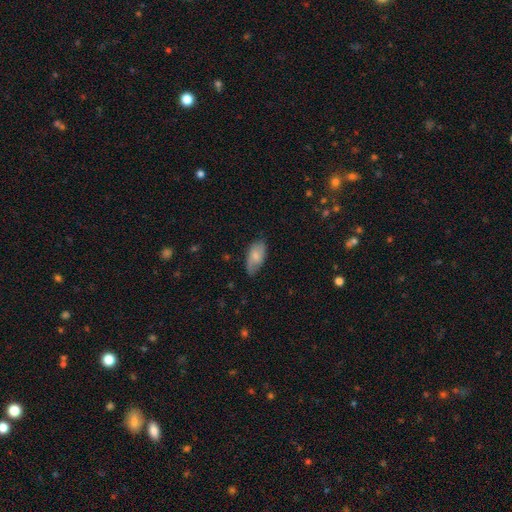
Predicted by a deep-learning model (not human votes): smooth_or_featured: smooth (p=0.69) [alt: featured or disk p=0.24]
how_rounded: in between (p=0.92) [alt: cigar-shaped p=0.05]
merging: none (p=0.70) [alt: minor disturbance p=0.24]